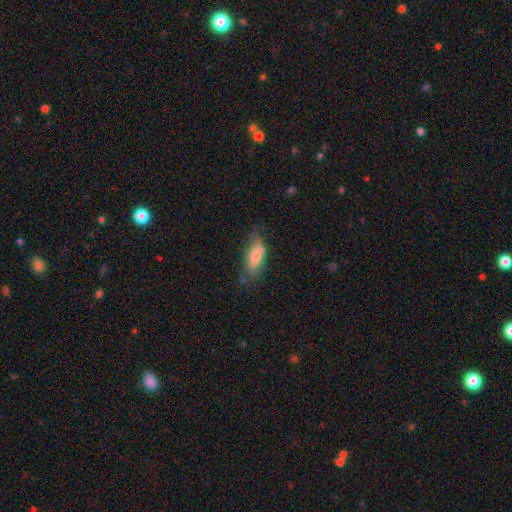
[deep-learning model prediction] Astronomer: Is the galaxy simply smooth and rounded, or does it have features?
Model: smooth — 72%.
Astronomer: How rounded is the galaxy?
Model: in between — 75%.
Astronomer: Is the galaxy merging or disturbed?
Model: none — 61%.